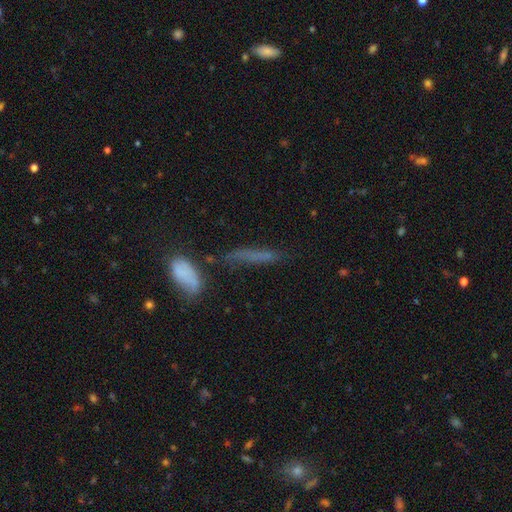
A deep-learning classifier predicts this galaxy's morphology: Smooth or featured: smooth — 53% (featured or disk — 29%)
How rounded: cigar-shaped — 80% (in between — 16%)
Merging: none — 56% (minor disturbance — 19%)